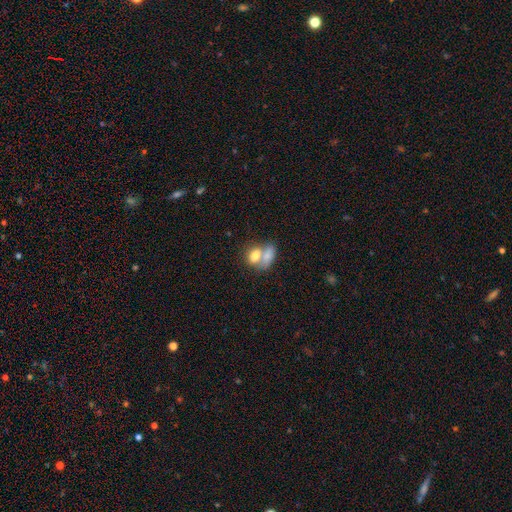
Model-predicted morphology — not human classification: Smooth or featured? smooth (75%)
How rounded? in between (78%)
Merging? merger (68%)